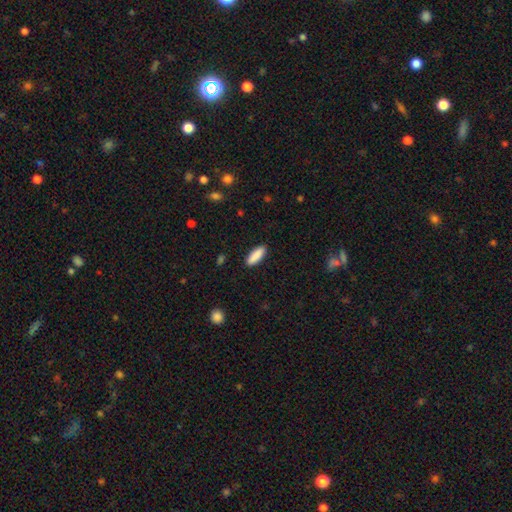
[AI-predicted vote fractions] A smooth galaxy with no disk features (90%) that is in between round and cigar-shaped (59%).

Vote fractions:
- Smooth or featured? smooth: 90% / star or artifact: 6% / featured or disk: 4%
- How rounded? in between: 59% / cigar-shaped: 39% / round: 2%
- Merging? none: 90% / minor disturbance: 7% / major disturbance: 2% / merger: 1%